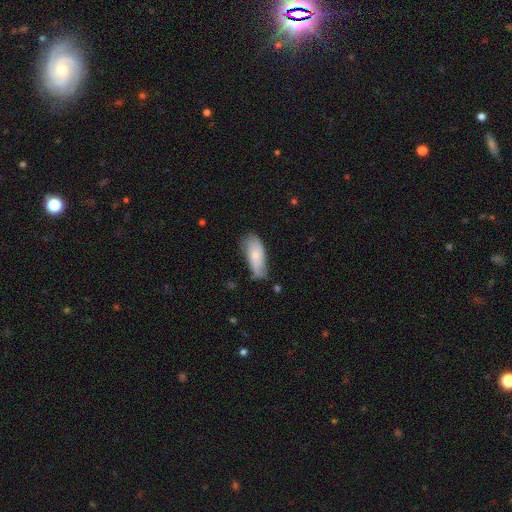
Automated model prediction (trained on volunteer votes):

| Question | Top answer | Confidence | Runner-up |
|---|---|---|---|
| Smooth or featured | smooth | 70% | featured or disk (24%) |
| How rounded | in between | 81% | cigar-shaped (17%) |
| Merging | none | 57% | minor disturbance (33%) |